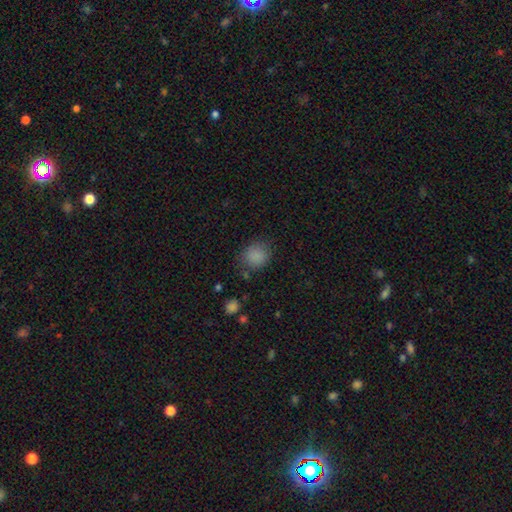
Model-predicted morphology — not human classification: A smooth galaxy with no disk features (85%) that is round (72%).

Vote fractions:
- Smooth or featured? smooth: 85% / star or artifact: 11% / featured or disk: 5%
- How rounded? round: 72% / in between: 27% / cigar-shaped: 1%
- Merging? none: 75% / minor disturbance: 17% / major disturbance: 6% / merger: 2%